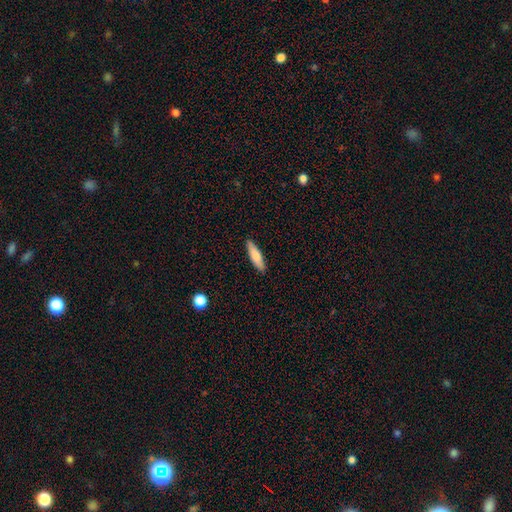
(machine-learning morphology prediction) A smooth galaxy with no disk features (75%) that is cigar-shaped (69%).

Vote fractions:
- Smooth or featured? smooth: 75% / featured or disk: 19% / star or artifact: 6%
- How rounded? cigar-shaped: 69% / in between: 29% / round: 2%
- Merging? none: 89% / minor disturbance: 8% / major disturbance: 2% / merger: 1%